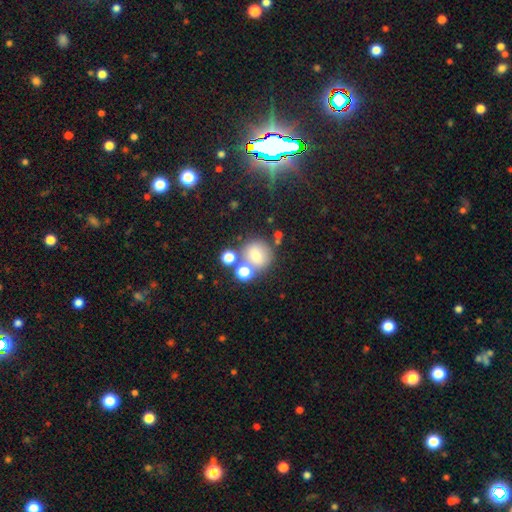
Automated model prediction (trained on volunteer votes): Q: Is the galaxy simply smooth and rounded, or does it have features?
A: smooth — 67%.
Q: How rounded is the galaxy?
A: round — 86%.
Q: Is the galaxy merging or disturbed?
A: none — 60%.